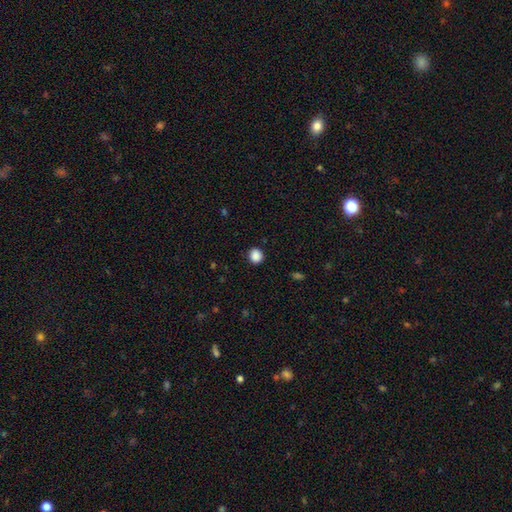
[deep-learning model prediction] Smooth or featured? smooth (88%)
How rounded? round (83%)
Merging? none (89%)